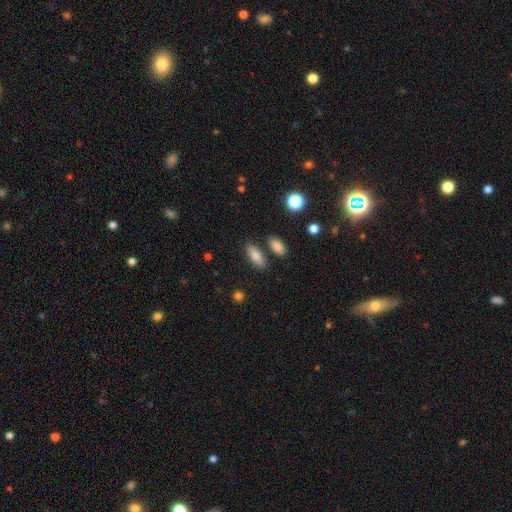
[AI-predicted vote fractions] Smooth or featured: smooth — 83% (featured or disk — 9%)
How rounded: in between — 78% (cigar-shaped — 19%)
Merging: none — 79% (minor disturbance — 10%)